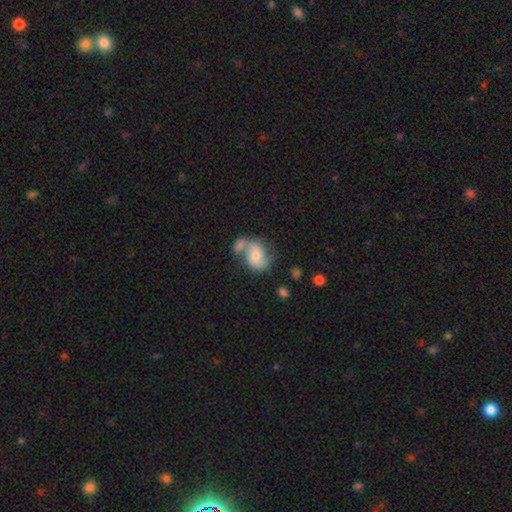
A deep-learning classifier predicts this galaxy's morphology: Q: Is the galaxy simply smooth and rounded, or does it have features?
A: featured or disk — 54%.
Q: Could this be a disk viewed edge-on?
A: no — 97%.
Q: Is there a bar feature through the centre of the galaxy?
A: no — 63%.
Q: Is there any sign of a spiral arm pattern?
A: yes — 79%.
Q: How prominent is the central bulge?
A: moderate — 55%.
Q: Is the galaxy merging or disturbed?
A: merger — 40%.